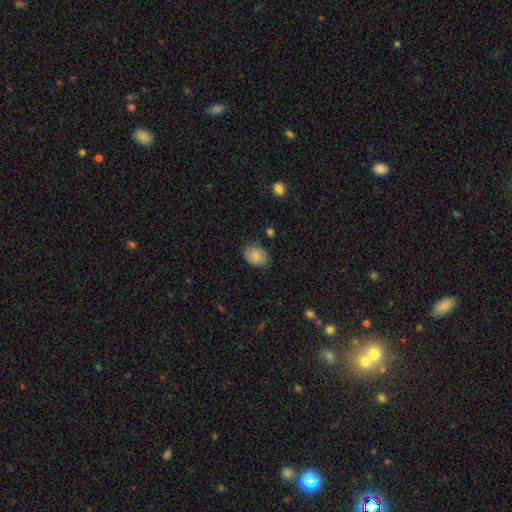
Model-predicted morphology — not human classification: Overall: smooth (81%). How rounded: in between (80%). Merging: none (77%).